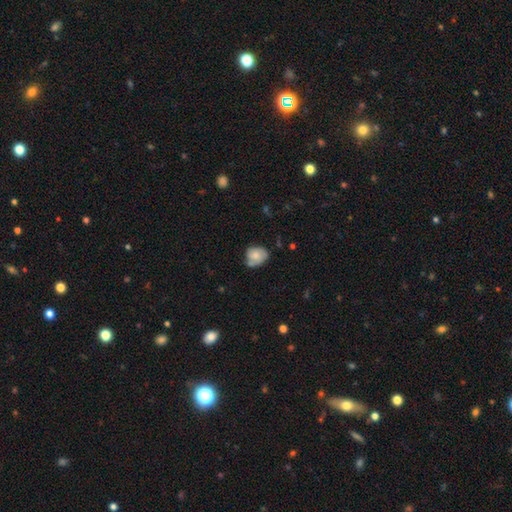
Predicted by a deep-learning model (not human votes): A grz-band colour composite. It shows a smooth galaxy with no disk features (59%) that is round (55%). Merging: none (49%).